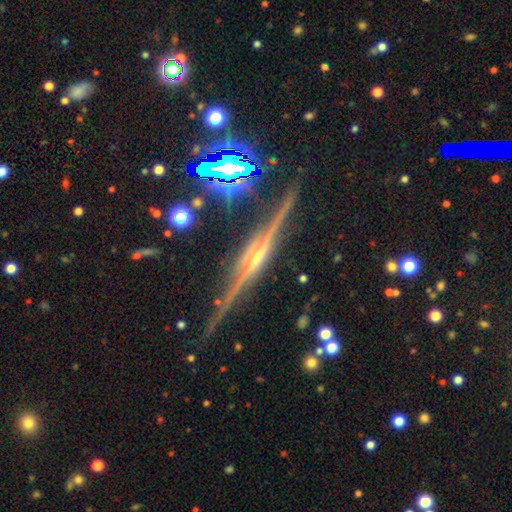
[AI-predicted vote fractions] A featured or disk galaxy (87%) viewed edge-on (98%) with a rounded central bulge (75%). Merging: none (85%).